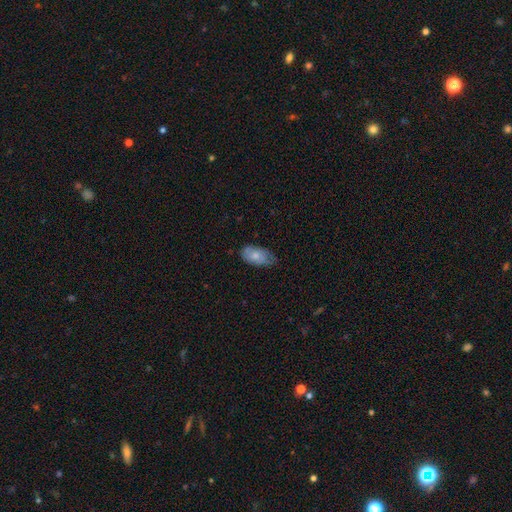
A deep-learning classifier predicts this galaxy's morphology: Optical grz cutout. It shows a smooth galaxy with no disk features (70%) that is in between round and cigar-shaped (93%). Merging: none (58%).